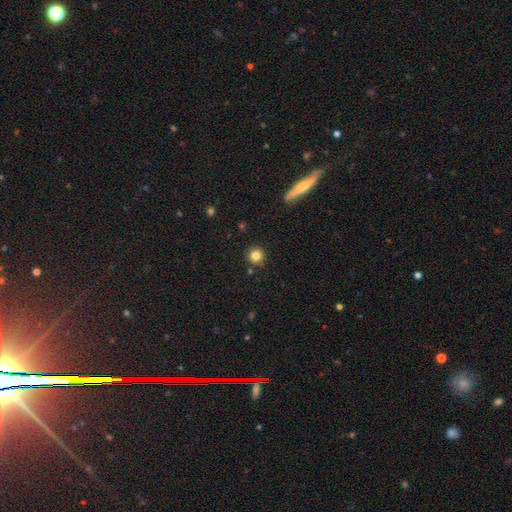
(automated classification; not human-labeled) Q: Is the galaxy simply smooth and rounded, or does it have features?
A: smooth — 82%.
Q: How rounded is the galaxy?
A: round — 94%.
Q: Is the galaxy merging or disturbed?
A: none — 88%.